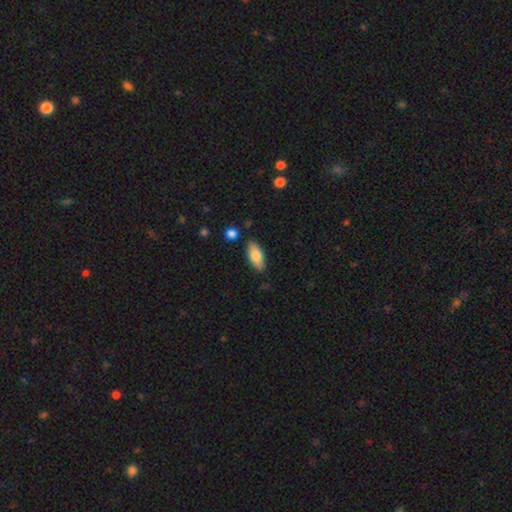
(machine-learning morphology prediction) Smooth or featured: smooth — 79% (featured or disk — 15%)
How rounded: in between — 81% (cigar-shaped — 16%)
Merging: none — 85% (minor disturbance — 11%)